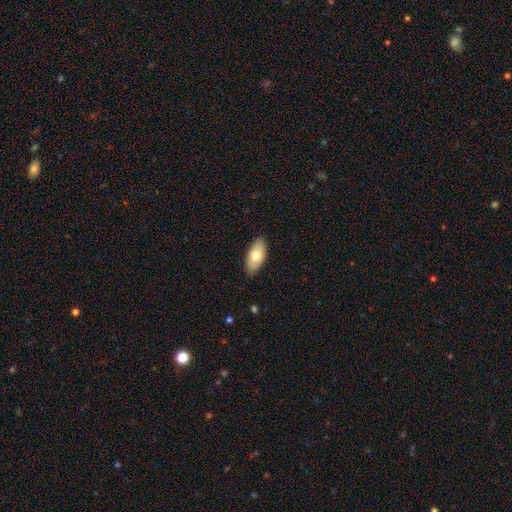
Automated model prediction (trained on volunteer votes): The model was most divided on "smooth or featured": smooth: 72%, featured or disk: 22%, star or artifact: 6%. More confident: how rounded — in between (92%); merging — none (88%).